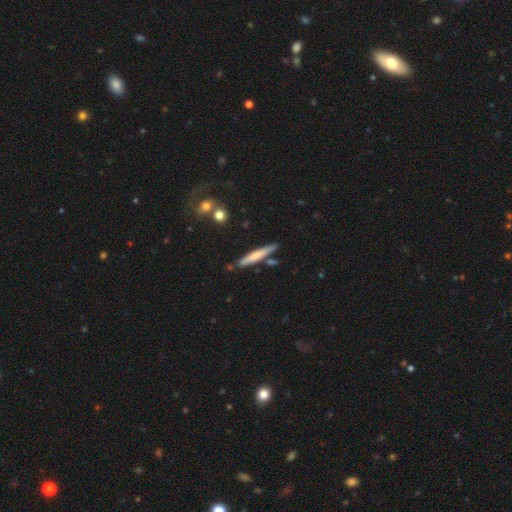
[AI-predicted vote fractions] smooth_or_featured: smooth (p=0.63) [alt: featured or disk p=0.31]
how_rounded: cigar-shaped (p=0.93) [alt: in between p=0.05]
merging: none (p=0.80) [alt: minor disturbance p=0.12]